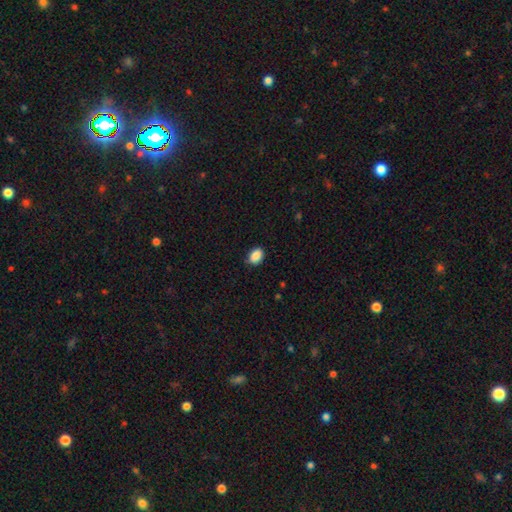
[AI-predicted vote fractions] Smooth or featured? Predicted: smooth (p=0.88). How rounded? Predicted: in between (p=0.73). Merging? Predicted: none (p=0.81).